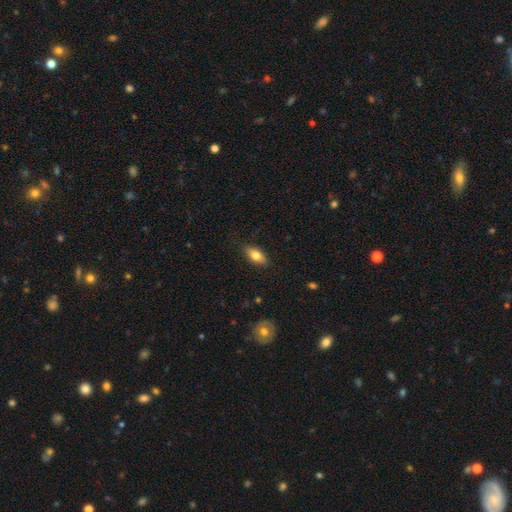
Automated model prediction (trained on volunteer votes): smooth_or_featured: smooth (p=0.76) [alt: featured or disk p=0.17]
how_rounded: in between (p=0.84) [alt: cigar-shaped p=0.12]
merging: none (p=0.85) [alt: minor disturbance p=0.12]